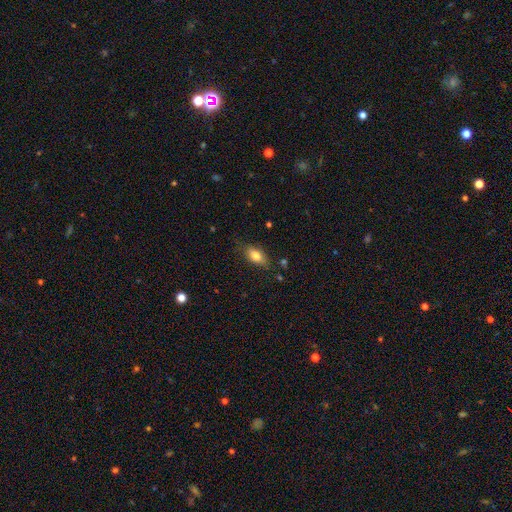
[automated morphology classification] Smooth or featured? smooth (80%)
How rounded? in between (86%)
Merging? none (77%)